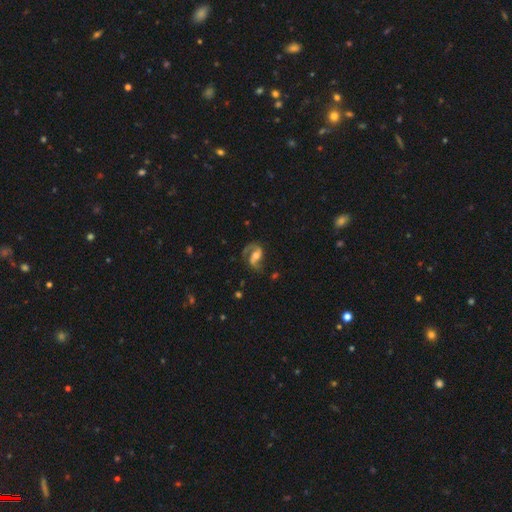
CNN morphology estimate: This appears to be a featured or disk galaxy (83%) with a weak bar (39%), 2 (76%) medium (46%) spiral arms (94%) and a moderate central bulge (63%). Merging: none (58%).